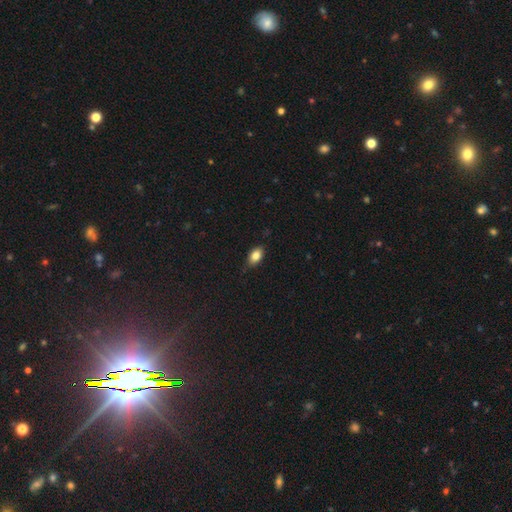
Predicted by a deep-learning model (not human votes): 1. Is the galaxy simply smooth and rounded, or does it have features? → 83% smooth, 8% star or artifact, 8% featured or disk.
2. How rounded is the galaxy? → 87% in between, 10% round, 3% cigar-shaped.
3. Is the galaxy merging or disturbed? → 79% none, 17% minor disturbance, 3% major disturbance, 1% merger.